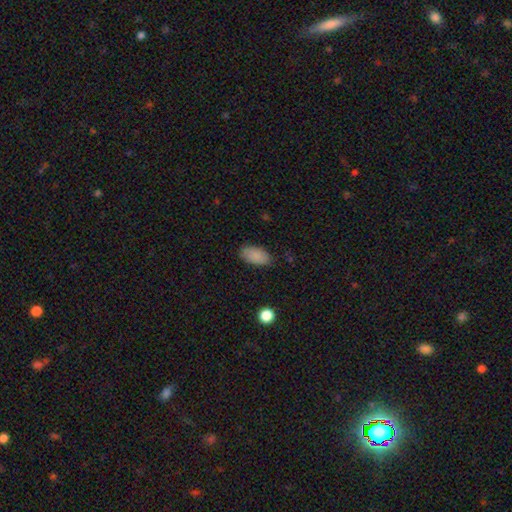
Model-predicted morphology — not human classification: smooth-or-featured: smooth: 87% | star or artifact: 7% | featured or disk: 5%
  how-rounded: in between: 93% | round: 4% | cigar-shaped: 3%
  merging: none: 82% | minor disturbance: 14% | major disturbance: 3% | merger: 1%